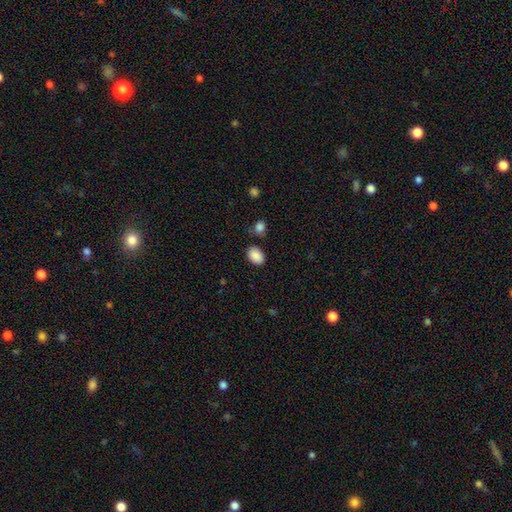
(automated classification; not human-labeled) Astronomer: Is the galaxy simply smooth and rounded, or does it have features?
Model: smooth — 89%.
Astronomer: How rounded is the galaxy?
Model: in between — 80%.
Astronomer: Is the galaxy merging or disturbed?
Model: none — 81%.